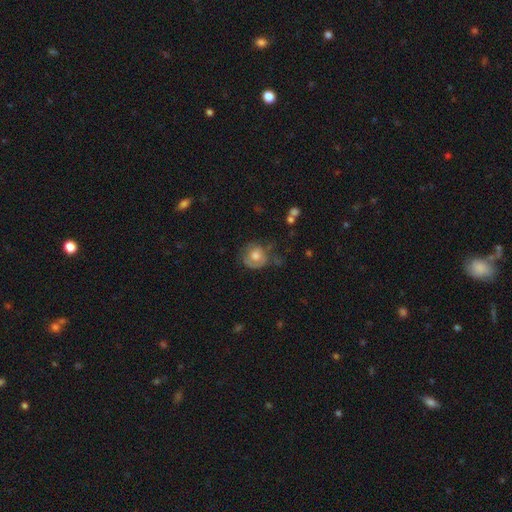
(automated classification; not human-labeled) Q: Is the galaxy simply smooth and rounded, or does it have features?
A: smooth — 54%.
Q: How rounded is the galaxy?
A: round — 76%.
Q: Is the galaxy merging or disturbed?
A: none — 51%.